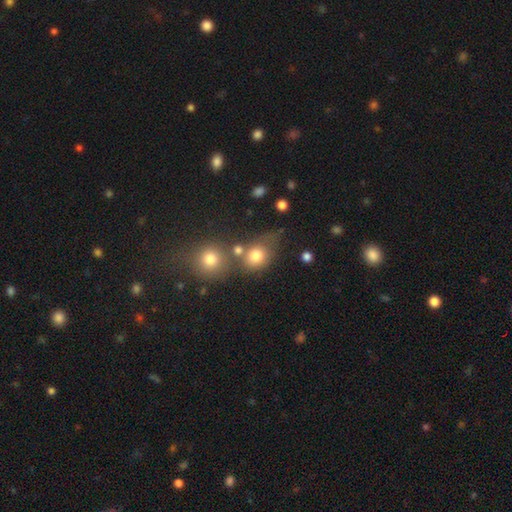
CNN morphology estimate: Smooth or featured: smooth — 77% (star or artifact — 14%)
How rounded: round — 66% (in between — 33%)
Merging: none — 51% (merger — 26%)